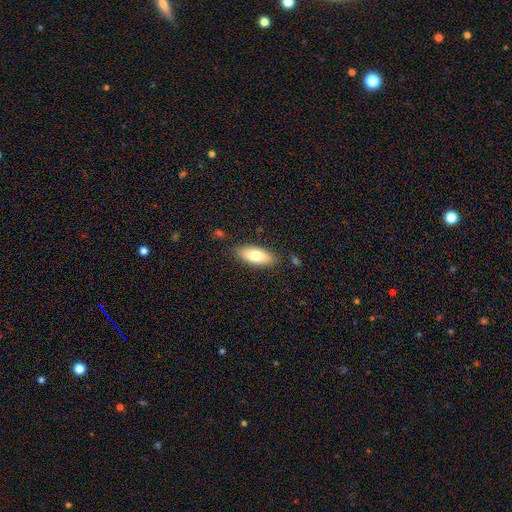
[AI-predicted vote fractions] smooth_or_featured: smooth (p=0.75) [alt: featured or disk p=0.18]
how_rounded: in between (p=0.80) [alt: cigar-shaped p=0.18]
merging: none (p=0.84) [alt: minor disturbance p=0.12]